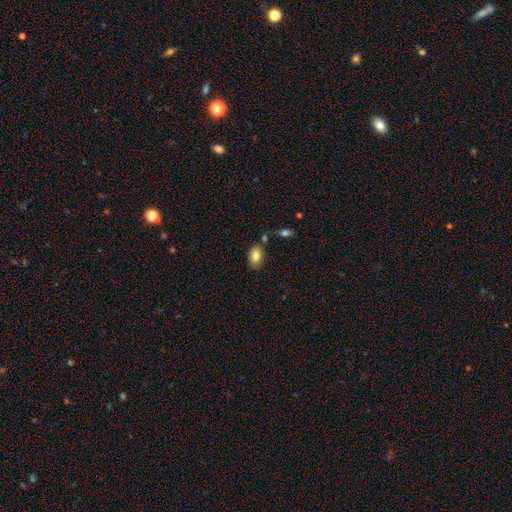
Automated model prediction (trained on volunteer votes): Smooth or featured? smooth (82%)
How rounded? in between (90%)
Merging? none (75%)